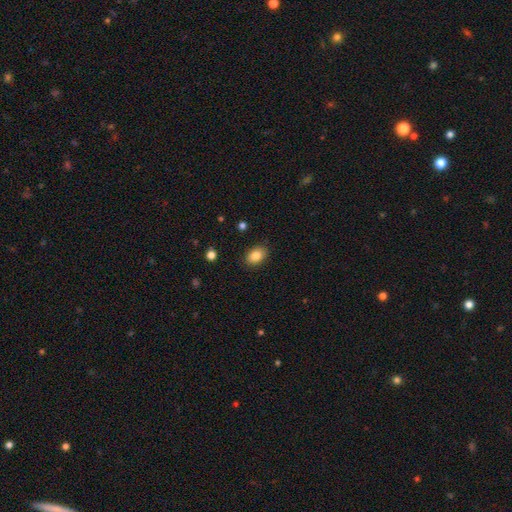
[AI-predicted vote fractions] Smooth or featured: smooth — 86% (star or artifact — 8%)
How rounded: in between — 83% (round — 16%)
Merging: none — 87% (minor disturbance — 9%)